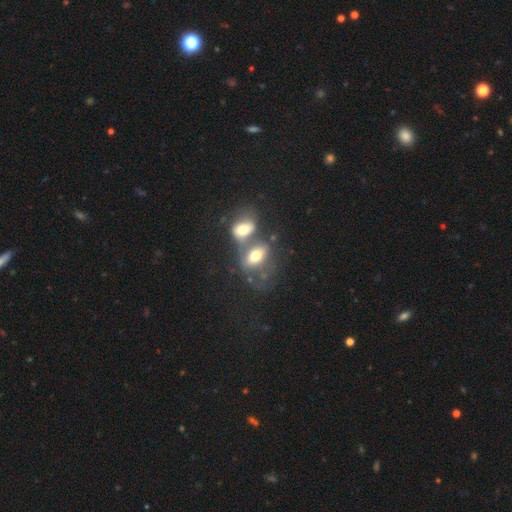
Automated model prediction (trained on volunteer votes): Smooth or featured: smooth — 58% (featured or disk — 32%)
How rounded: in between — 85% (round — 12%)
Merging: merger — 68% (none — 15%)